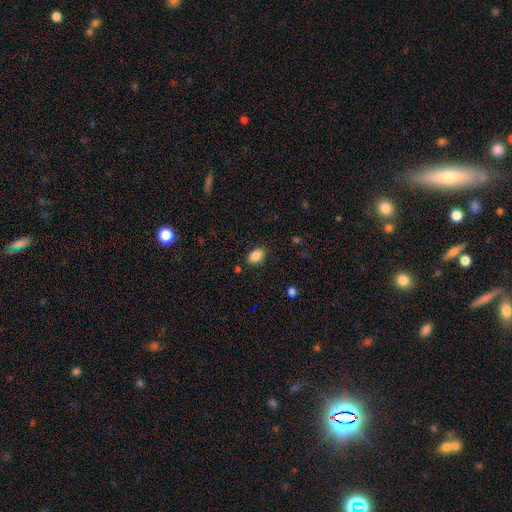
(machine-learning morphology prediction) type=smooth (86%); roundness=in between (84%); merging=none (86%).